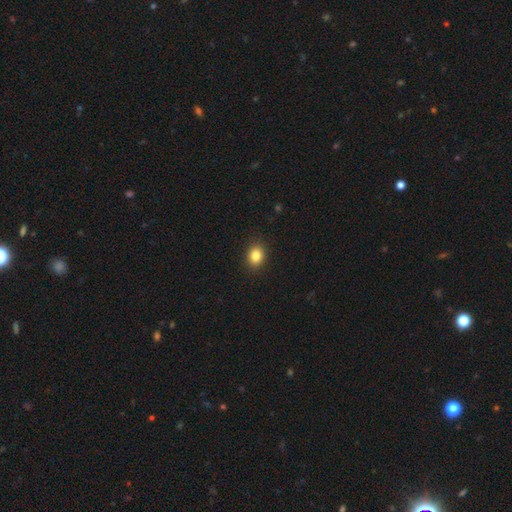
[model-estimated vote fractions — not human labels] Smooth or featured? Predicted: smooth (p=0.85). How rounded? Predicted: in between (p=0.55). Merging? Predicted: none (p=0.90).